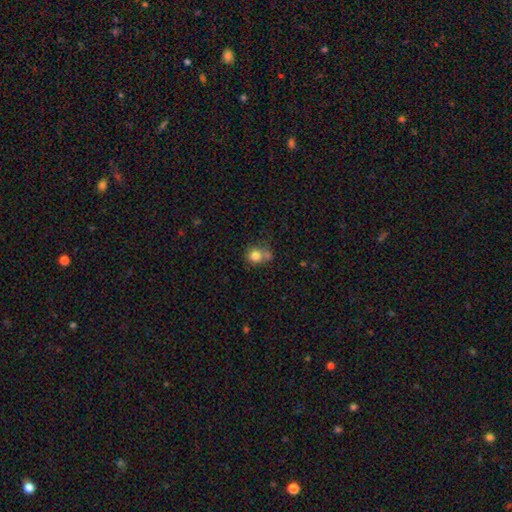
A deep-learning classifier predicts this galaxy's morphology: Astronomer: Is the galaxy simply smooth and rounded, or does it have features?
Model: smooth — 80%.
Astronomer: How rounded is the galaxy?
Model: round — 77%.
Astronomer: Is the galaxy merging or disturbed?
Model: none — 45% (runner-up: merger, 27%).